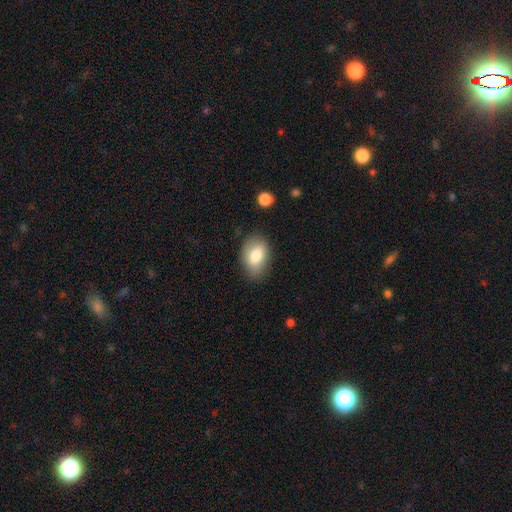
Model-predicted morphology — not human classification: This appears to be a smooth galaxy with no disk features (78%) that is in between round and cigar-shaped (84%). Merging: none (81%).